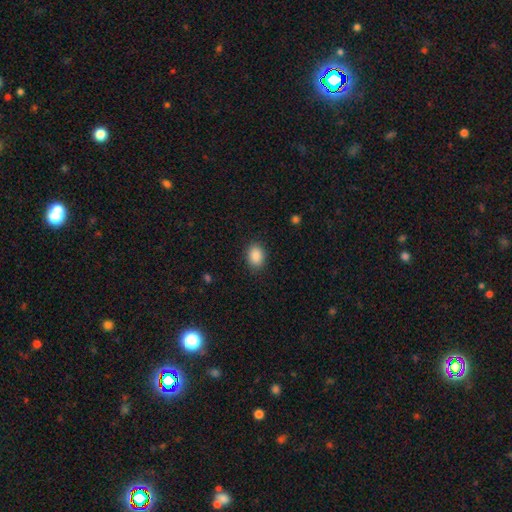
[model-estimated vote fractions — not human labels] This appears to be a smooth galaxy with no disk features (89%) that is in between round and cigar-shaped (71%). Merging: none (88%).